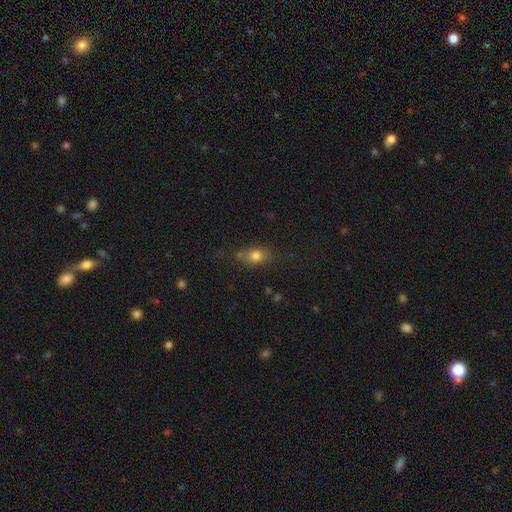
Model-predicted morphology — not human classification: Smooth or featured?
  - smooth: 78% *
  - star or artifact: 12%
  - featured or disk: 10%
How rounded?
  - in between: 58% *
  - round: 38%
  - cigar-shaped: 4%
Merging?
  - none: 67% *
  - minor disturbance: 20%
  - major disturbance: 7%
  - merger: 6%